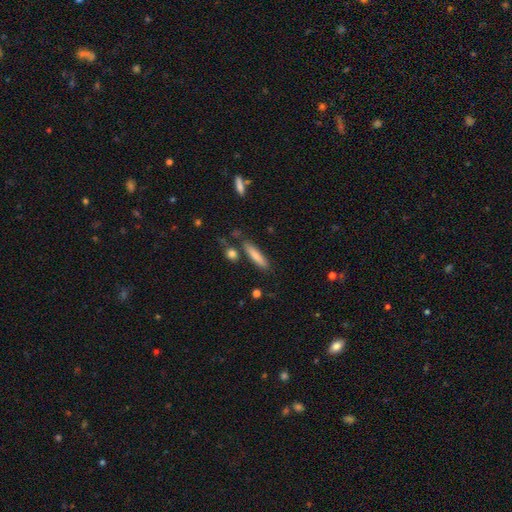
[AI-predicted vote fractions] Smooth or featured: smooth — 76% (featured or disk — 18%)
How rounded: cigar-shaped — 84% (in between — 14%)
Merging: none — 79% (minor disturbance — 12%)